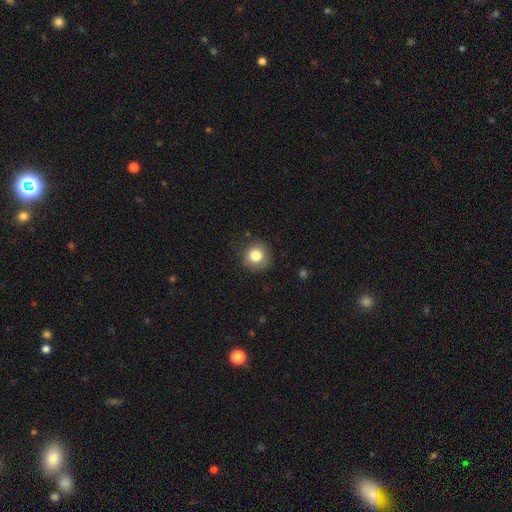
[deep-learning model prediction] This is clearly a smooth galaxy (82%). How rounded: clearly round (91%). Merging: clearly none (80%).